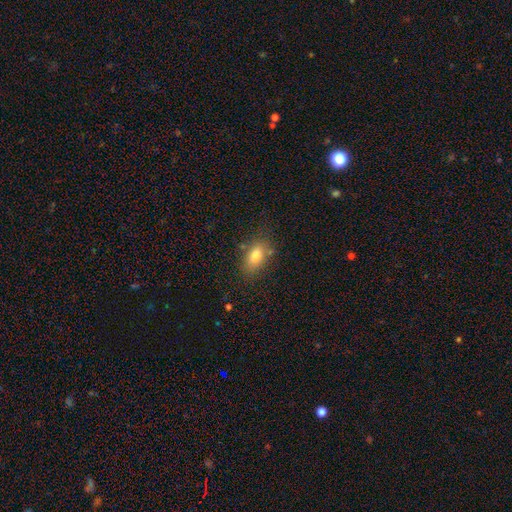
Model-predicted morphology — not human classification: The model was most divided on "merging": none: 77%, minor disturbance: 15%, major disturbance: 4%, merger: 4%. More confident: how rounded — in between (86%); smooth or featured — smooth (78%).